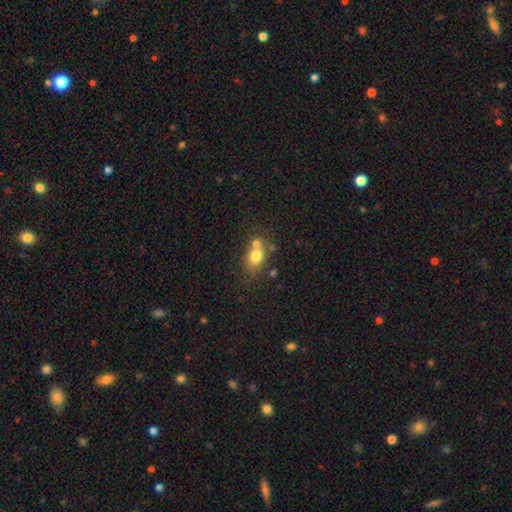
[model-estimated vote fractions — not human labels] smooth_or_featured: smooth (p=0.73) [alt: featured or disk p=0.15]
how_rounded: in between (p=0.50) [alt: round p=0.48]
merging: none (p=0.43) [alt: merger p=0.40]